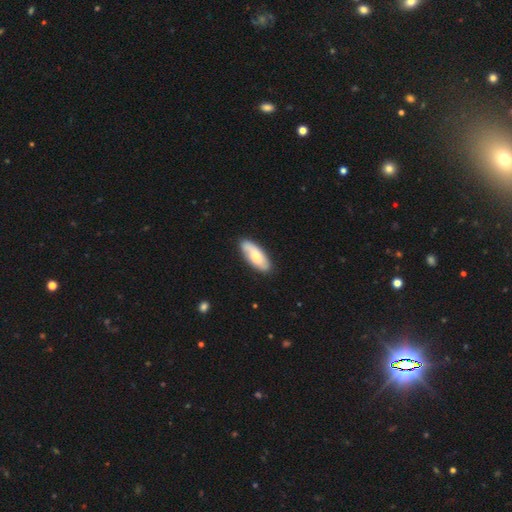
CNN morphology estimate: Smooth or featured?
  - smooth: 63% *
  - featured or disk: 32%
  - star or artifact: 5%
How rounded?
  - in between: 75% *
  - cigar-shaped: 23%
  - round: 2%
Merging?
  - none: 83% *
  - minor disturbance: 13%
  - major disturbance: 3%
  - merger: 2%